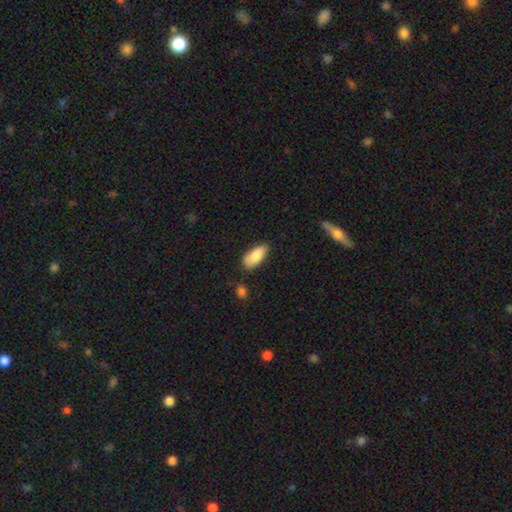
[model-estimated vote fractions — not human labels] Morphology: type=smooth (84%); roundness=in between (88%); merging=none (68%).